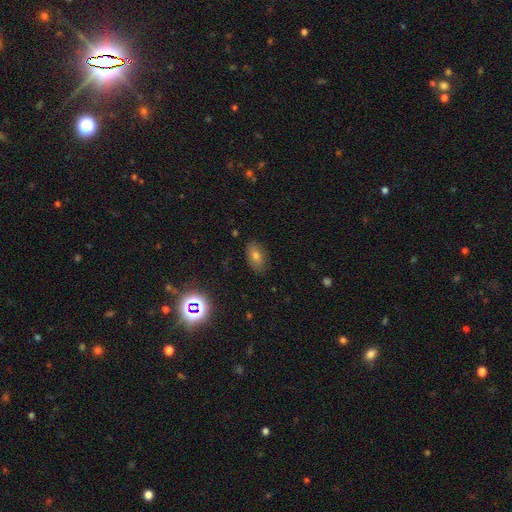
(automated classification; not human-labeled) Overall: smooth (66%). How rounded: in between (86%). Merging: none (84%).